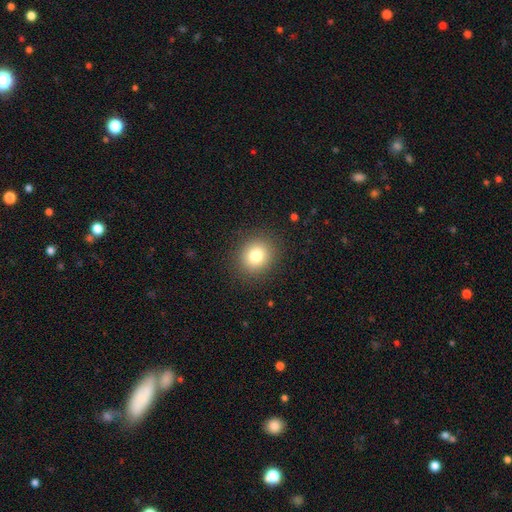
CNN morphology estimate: Smooth or featured? smooth (80%)
How rounded? round (75%)
Merging? none (89%)